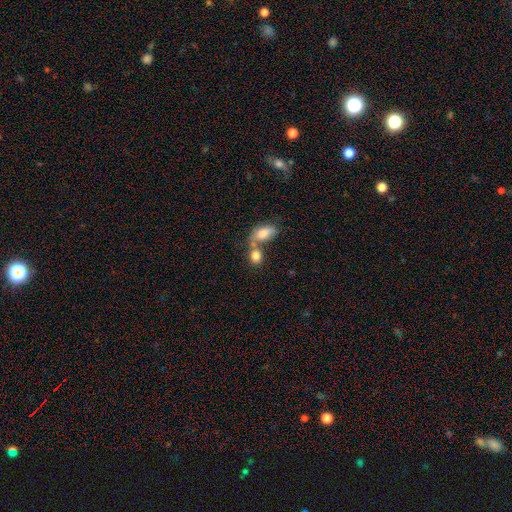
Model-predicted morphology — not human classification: A smooth galaxy with no disk features (81%) that is in between round and cigar-shaped (57%).

Vote fractions:
- Smooth or featured? smooth: 81% / featured or disk: 11% / star or artifact: 8%
- How rounded? in between: 57% / round: 41% / cigar-shaped: 2%
- Merging? merger: 55% / none: 32% / minor disturbance: 9% / major disturbance: 5%